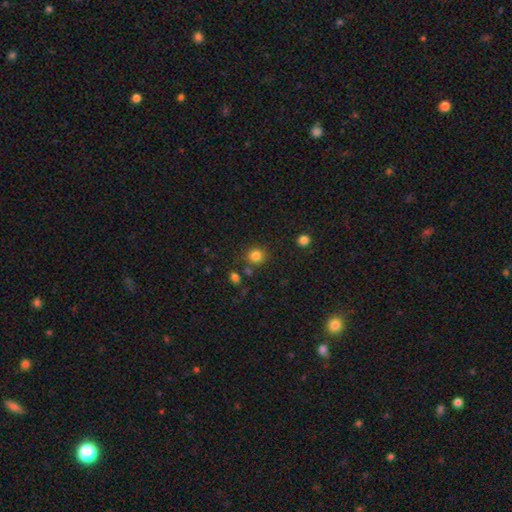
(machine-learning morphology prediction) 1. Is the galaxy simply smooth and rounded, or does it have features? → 83% smooth, 12% star or artifact, 5% featured or disk.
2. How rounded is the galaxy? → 85% round, 14% in between, 1% cigar-shaped.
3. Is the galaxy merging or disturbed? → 81% none, 10% minor disturbance, 7% merger, 3% major disturbance.